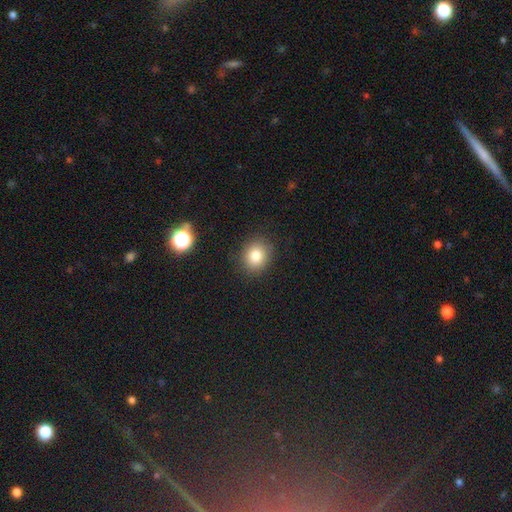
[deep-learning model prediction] Q: Smooth or featured?
A: smooth (81%); runner-up: star or artifact (12%)
Q: How rounded?
A: round (72%); runner-up: in between (27%)
Q: Merging?
A: none (87%); runner-up: minor disturbance (8%)